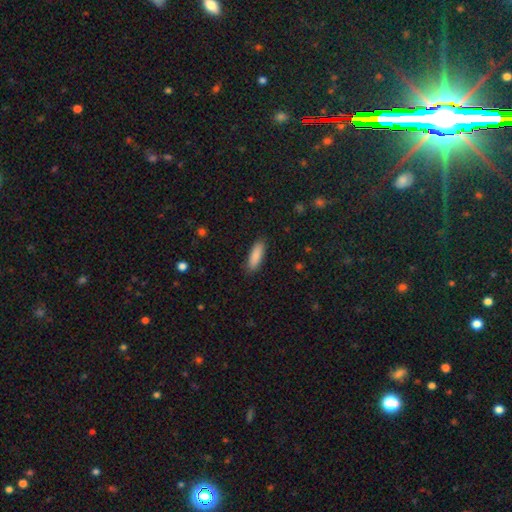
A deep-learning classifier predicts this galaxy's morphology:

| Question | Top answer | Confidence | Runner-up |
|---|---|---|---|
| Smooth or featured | smooth | 87% | featured or disk (7%) |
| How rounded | in between | 53% | cigar-shaped (45%) |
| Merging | none | 88% | minor disturbance (9%) |